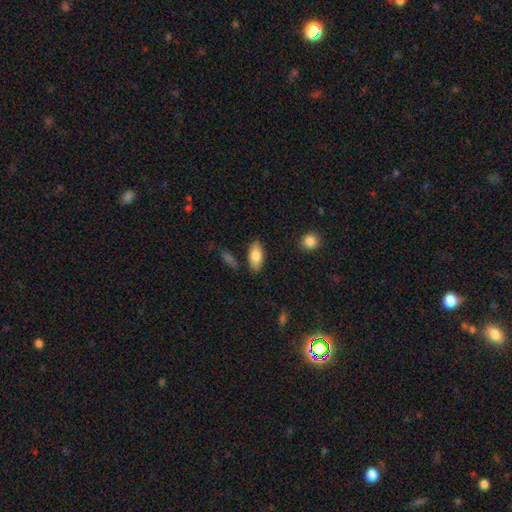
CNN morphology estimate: Smooth or featured: smooth — 80% (featured or disk — 14%)
How rounded: in between — 89% (cigar-shaped — 8%)
Merging: none — 84% (minor disturbance — 11%)